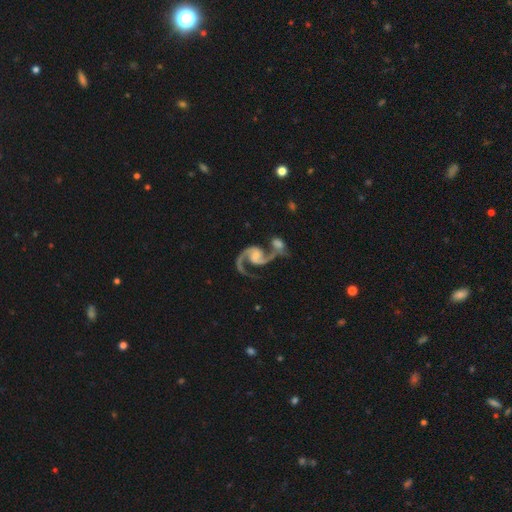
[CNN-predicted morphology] Q: Smooth or featured?
A: featured or disk (93%); runner-up: star or artifact (4%)
Q: Edge-on disk?
A: no (98%); runner-up: yes (2%)
Q: Bar?
A: no (50%); runner-up: weak (38%)
Q: Spiral arms?
A: yes (98%); runner-up: no (2%)
Q: Spiral winding?
A: medium (61%); runner-up: loose (24%)
Q: Spiral arm count?
A: 2 (93%); runner-up: 1 (2%)
Q: Bulge size?
A: small (44%); runner-up: moderate (31%)
Q: Merging?
A: none (40%); runner-up: merger (36%)